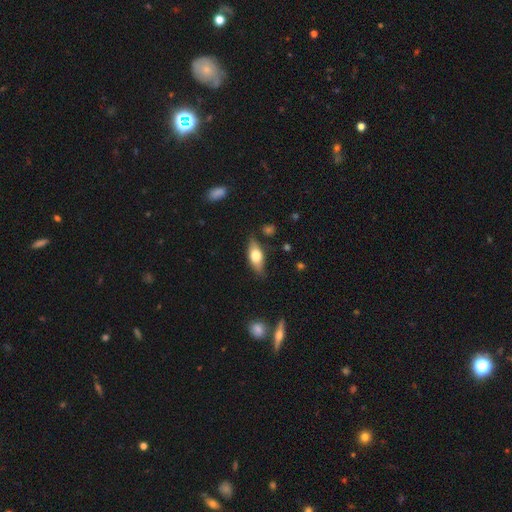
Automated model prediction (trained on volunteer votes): A smooth galaxy with no disk features (60%) that is in between round and cigar-shaped (74%).

Vote fractions:
- Smooth or featured? smooth: 60% / featured or disk: 34% / star or artifact: 7%
- How rounded? in between: 74% / cigar-shaped: 22% / round: 4%
- Merging? none: 80% / minor disturbance: 15% / major disturbance: 3% / merger: 2%